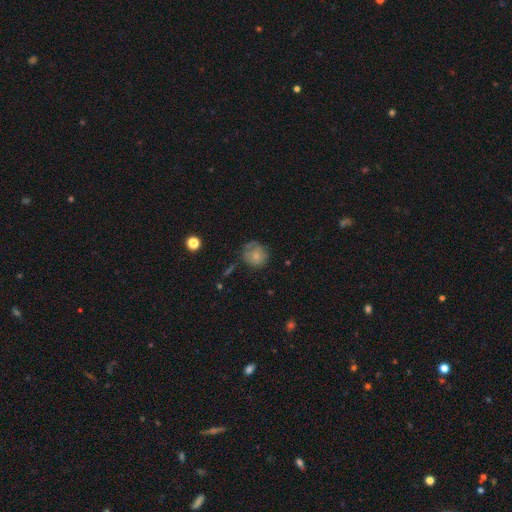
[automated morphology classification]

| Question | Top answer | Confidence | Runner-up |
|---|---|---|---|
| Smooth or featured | smooth | 70% | featured or disk (20%) |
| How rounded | round | 83% | in between (16%) |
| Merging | none | 56% | minor disturbance (28%) |